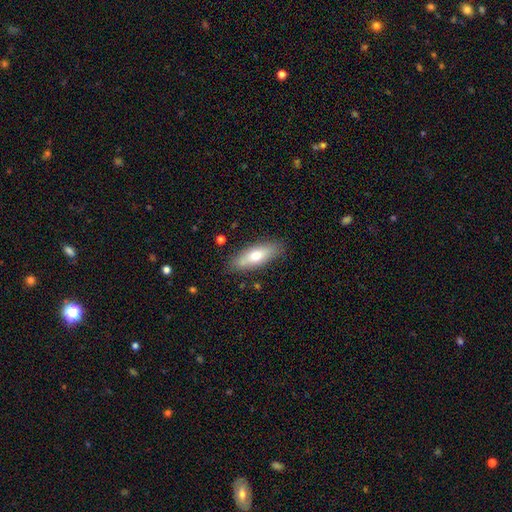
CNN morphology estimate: The model was most divided on "how rounded": in between: 64%, cigar-shaped: 34%, round: 2%. More confident: merging — none (83%); smooth or featured — smooth (68%).